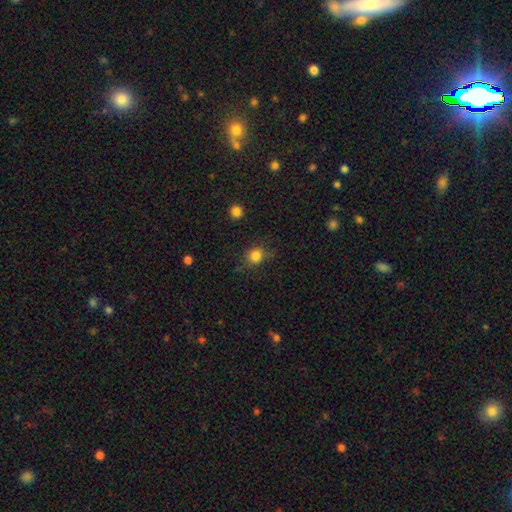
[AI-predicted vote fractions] Morphology: type=smooth (81%); roundness=round (84%); merging=none (77%).